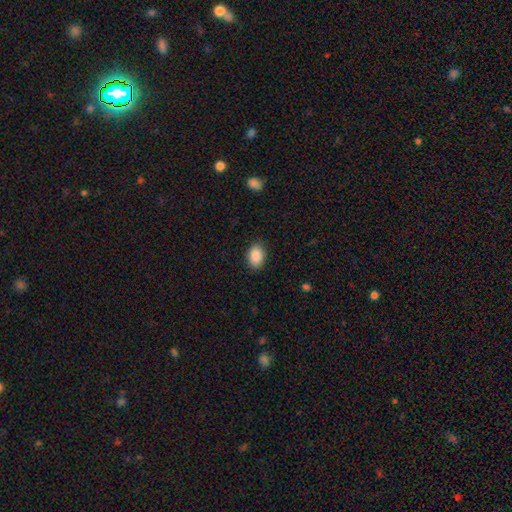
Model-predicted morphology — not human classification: Smooth or featured: smooth — 89% (star or artifact — 7%)
How rounded: in between — 85% (round — 13%)
Merging: none — 87% (minor disturbance — 10%)